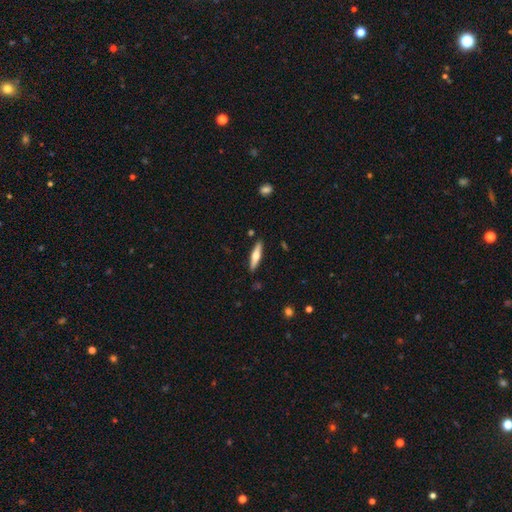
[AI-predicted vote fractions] smooth_or_featured: smooth (p=0.48) [alt: featured or disk p=0.47]
merging: none (p=0.89) [alt: minor disturbance p=0.08]